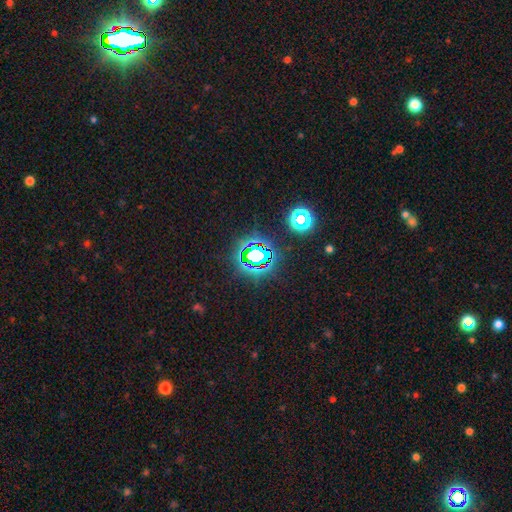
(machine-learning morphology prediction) This is likely a star or artifact rather than a galaxy (72%).